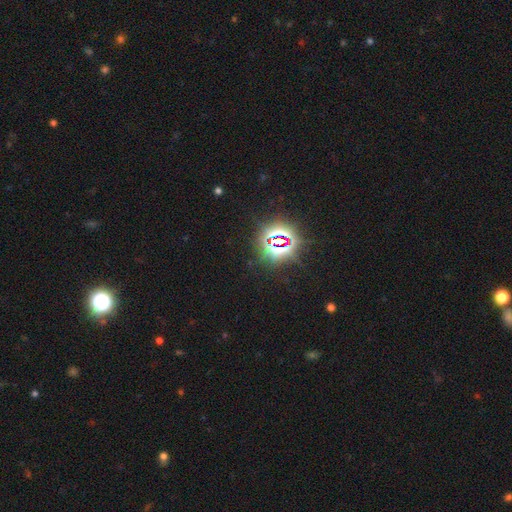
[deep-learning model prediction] A star or artifact, not a galaxy (84%).